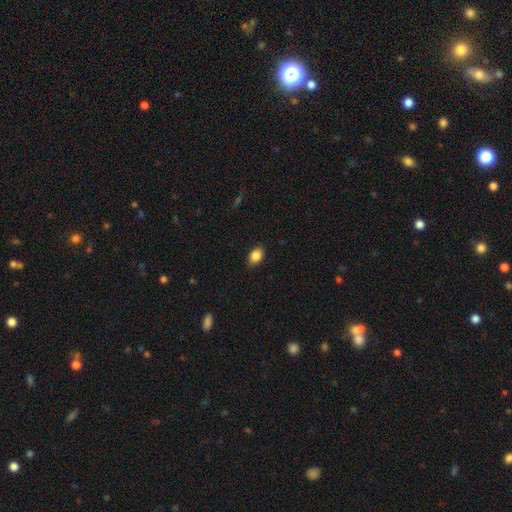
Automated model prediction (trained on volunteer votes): Smooth or featured? Predicted: smooth (p=0.86). How rounded? Predicted: in between (p=0.86). Merging? Predicted: none (p=0.88).